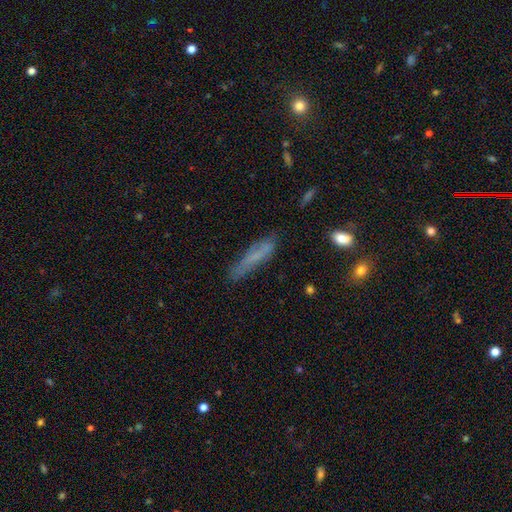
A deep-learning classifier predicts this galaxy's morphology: type=smooth (57%); roundness=cigar-shaped (86%); merging=none (69%).